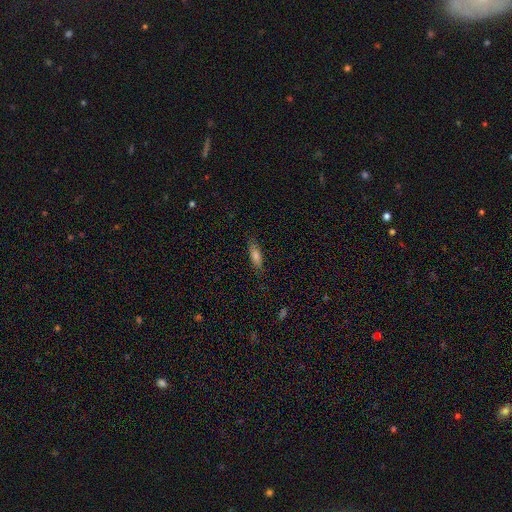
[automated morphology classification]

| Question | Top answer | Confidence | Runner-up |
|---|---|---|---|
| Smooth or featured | smooth | 69% | featured or disk (22%) |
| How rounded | cigar-shaped | 52% | in between (45%) |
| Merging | none | 81% | minor disturbance (14%) |